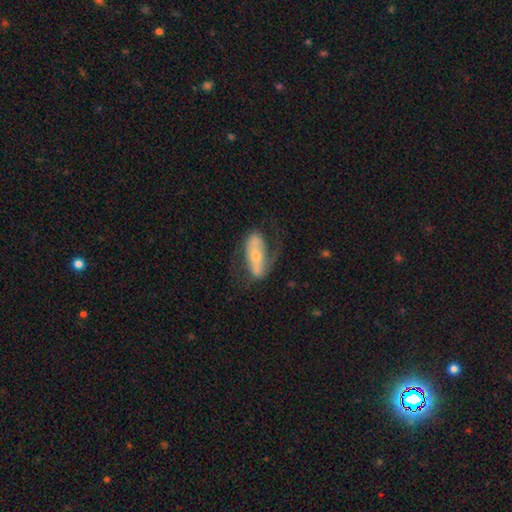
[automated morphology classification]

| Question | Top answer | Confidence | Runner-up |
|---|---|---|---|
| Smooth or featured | featured or disk | 62% | smooth (32%) |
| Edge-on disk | no | 79% | yes (21%) |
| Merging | none | 62% | minor disturbance (21%) |